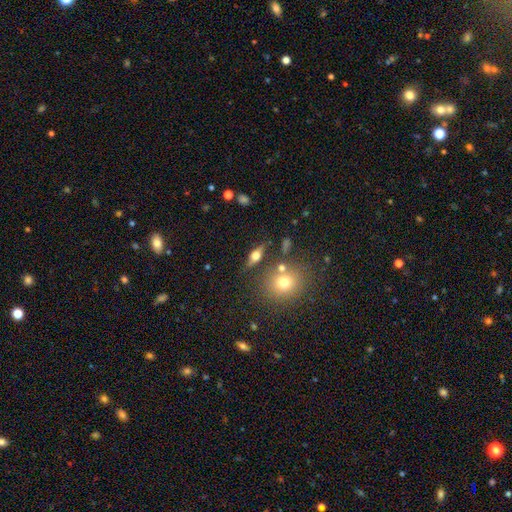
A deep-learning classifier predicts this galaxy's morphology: smooth_or_featured: featured or disk (p=0.54) [alt: smooth p=0.36]
disk_edge_on: yes (p=0.88) [alt: no p=0.12]
merging: none (p=0.78) [alt: minor disturbance p=0.11]